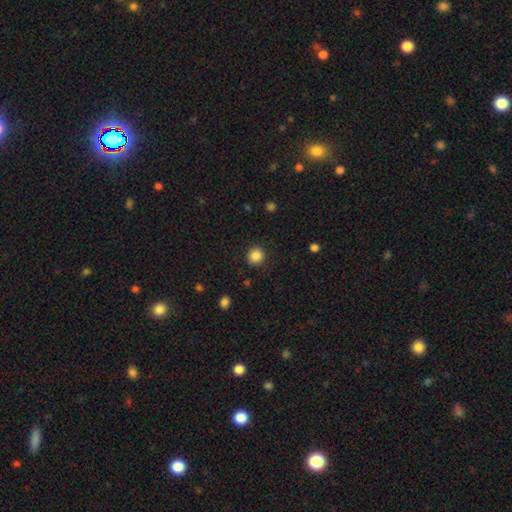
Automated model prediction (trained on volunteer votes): Smooth or featured? smooth (86%)
How rounded? round (91%)
Merging? none (90%)